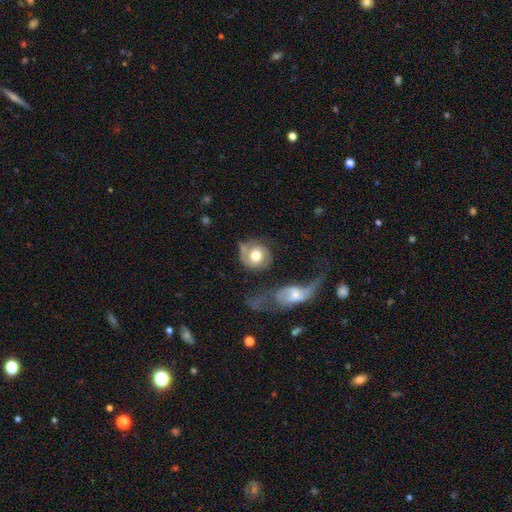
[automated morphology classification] Smooth or featured? Predicted: featured or disk (p=0.57). Edge-on disk? Predicted: no (p=0.96). Bar? Predicted: no (p=0.75). Spiral arms? Predicted: yes (p=0.78). Bulge size? Predicted: moderate (p=0.54). Merging? Predicted: none (p=0.42).